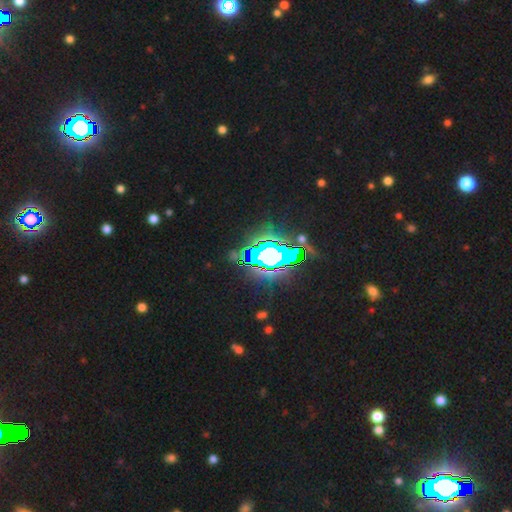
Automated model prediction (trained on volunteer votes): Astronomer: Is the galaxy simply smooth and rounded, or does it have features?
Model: star or artifact — 68%.